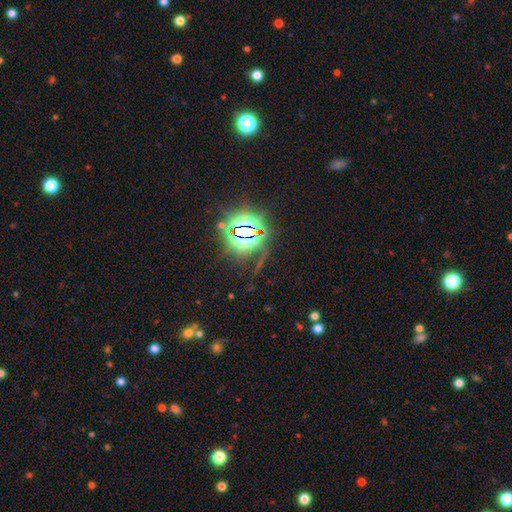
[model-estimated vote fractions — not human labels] The model was most divided on "smooth or featured": star or artifact: 82%, smooth: 10%, featured or disk: 7%.